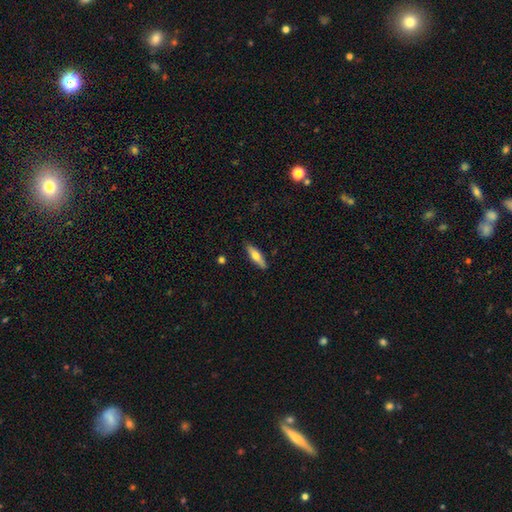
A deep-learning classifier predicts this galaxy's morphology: smooth_or_featured: smooth (p=0.56) [alt: featured or disk p=0.39]
how_rounded: cigar-shaped (p=0.65) [alt: in between p=0.33]
merging: none (p=0.88) [alt: minor disturbance p=0.09]